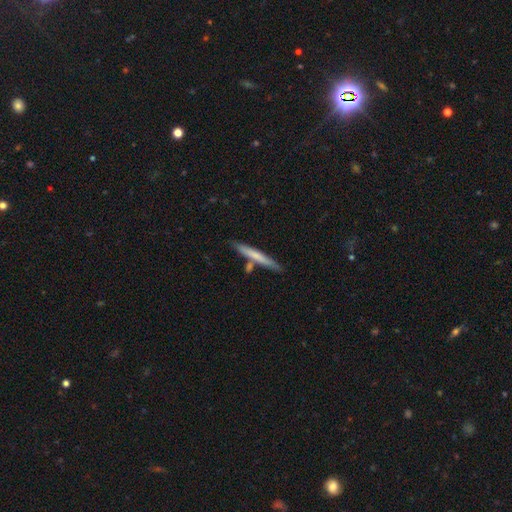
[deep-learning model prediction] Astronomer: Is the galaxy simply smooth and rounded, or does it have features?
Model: smooth — 63%.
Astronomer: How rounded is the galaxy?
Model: cigar-shaped — 95%.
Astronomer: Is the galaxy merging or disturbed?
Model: none — 76%.